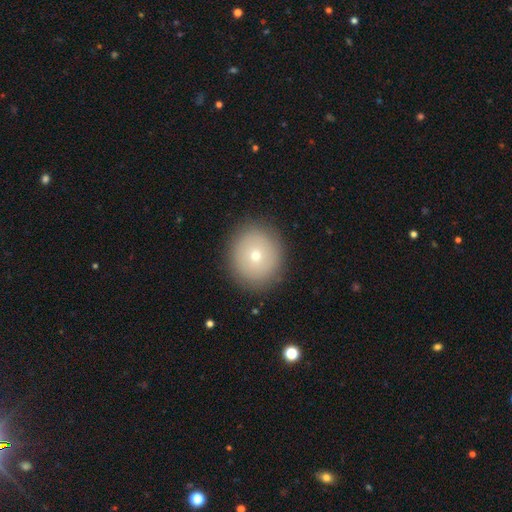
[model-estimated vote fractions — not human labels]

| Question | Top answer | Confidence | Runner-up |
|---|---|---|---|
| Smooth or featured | smooth | 68% | featured or disk (20%) |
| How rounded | round | 82% | in between (17%) |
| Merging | none | 88% | minor disturbance (8%) |